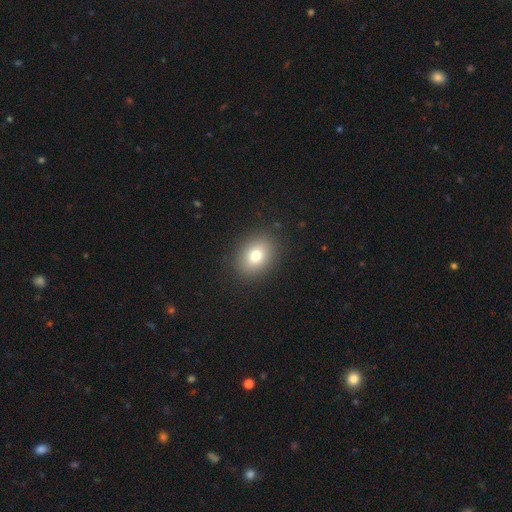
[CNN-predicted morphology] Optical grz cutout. It shows a smooth galaxy with no disk features (77%) that is in between round and cigar-shaped (59%). Merging: none (88%).